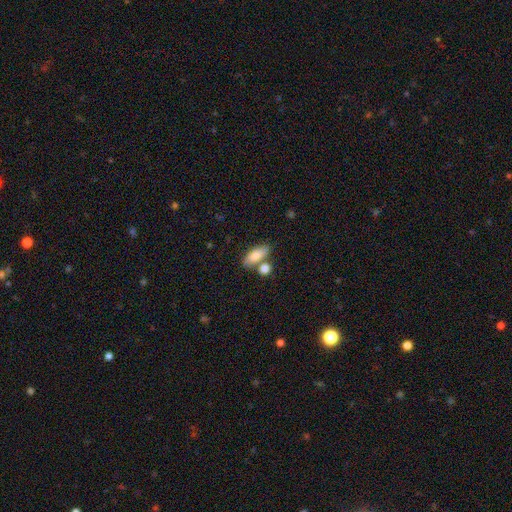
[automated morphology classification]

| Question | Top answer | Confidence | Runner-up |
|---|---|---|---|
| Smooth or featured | smooth | 80% | featured or disk (14%) |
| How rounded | in between | 80% | cigar-shaped (15%) |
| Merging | none | 56% | merger (26%) |